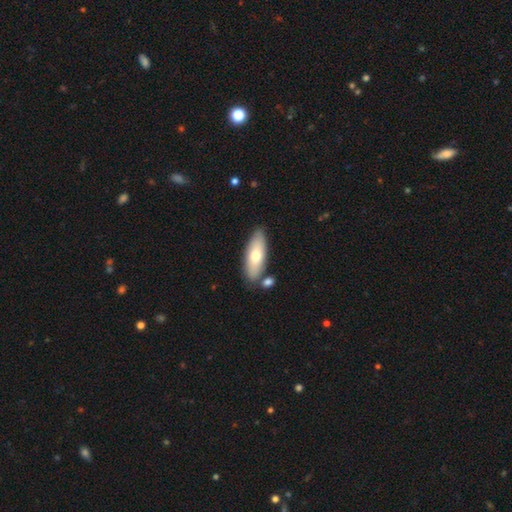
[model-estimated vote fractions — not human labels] Smooth or featured? Predicted: smooth (p=0.67). How rounded? Predicted: in between (p=0.70). Merging? Predicted: none (p=0.78).